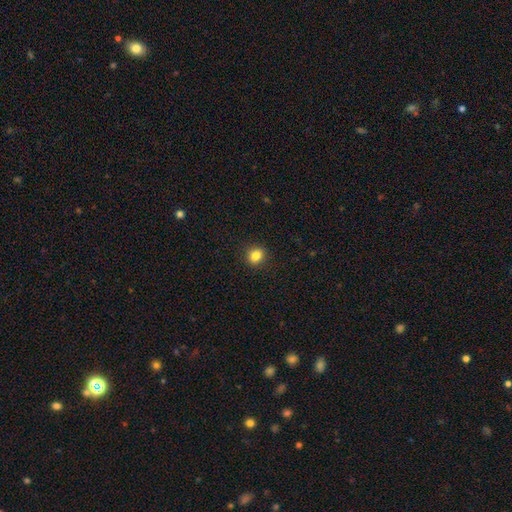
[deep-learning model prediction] A smooth galaxy with no disk features (83%) that is round (76%).

Vote fractions:
- Smooth or featured? smooth: 83% / star or artifact: 11% / featured or disk: 6%
- How rounded? round: 76% / in between: 23% / cigar-shaped: 1%
- Merging? none: 91% / minor disturbance: 6% / major disturbance: 2% / merger: 1%